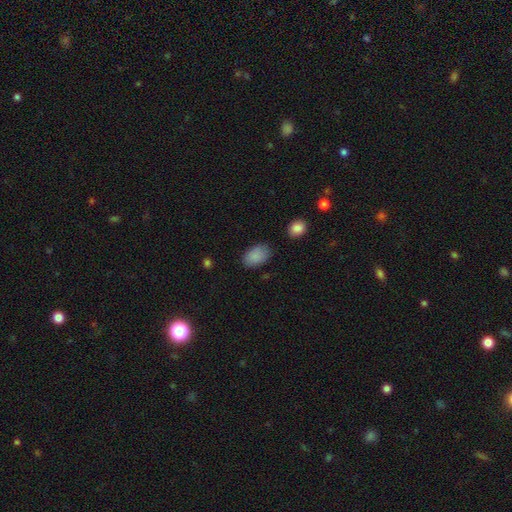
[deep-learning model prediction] A smooth galaxy with no disk features (88%) that is in between round and cigar-shaped (90%).

Vote fractions:
- Smooth or featured? smooth: 88% / star or artifact: 7% / featured or disk: 4%
- How rounded? in between: 90% / round: 8% / cigar-shaped: 1%
- Merging? none: 82% / minor disturbance: 13% / major disturbance: 3% / merger: 2%